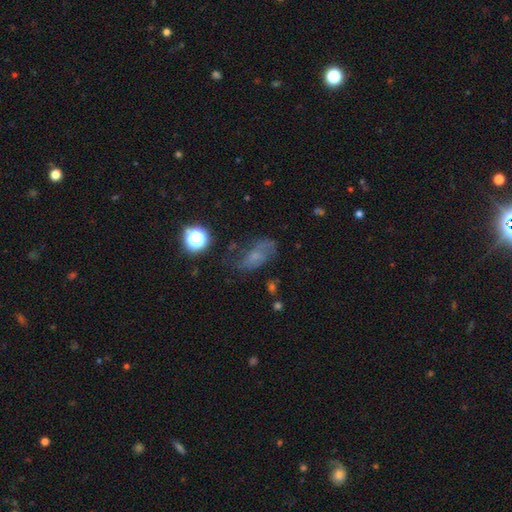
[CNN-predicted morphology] smooth-or-featured: featured or disk: 42% | smooth: 38% | star or artifact: 20%
  merging: none: 53% | minor disturbance: 25% | major disturbance: 19% | merger: 4%